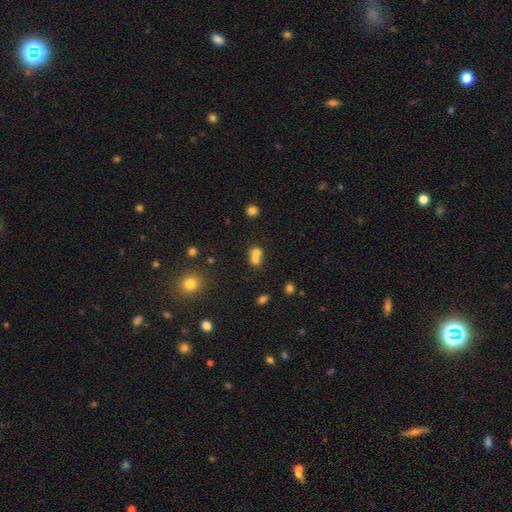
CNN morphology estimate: The model was most divided on "merging": merger: 64%, none: 28%, minor disturbance: 5%, major disturbance: 3%. More confident: how rounded — round (71%); smooth or featured — smooth (68%).